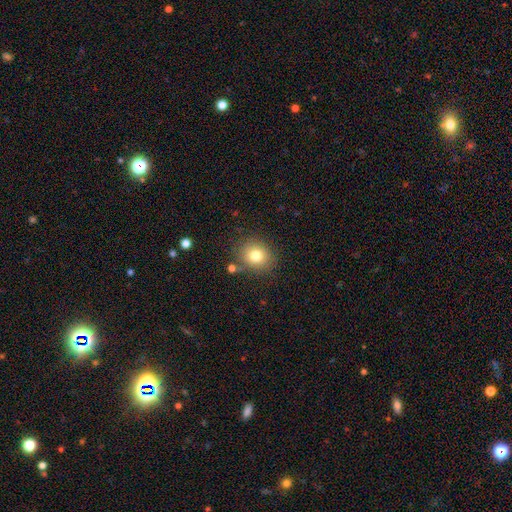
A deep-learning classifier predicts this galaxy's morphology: Smooth or featured?
  - smooth: 78% *
  - star or artifact: 12%
  - featured or disk: 10%
How rounded?
  - round: 75% *
  - in between: 24%
  - cigar-shaped: 1%
Merging?
  - none: 81% *
  - minor disturbance: 11%
  - merger: 5%
  - major disturbance: 4%